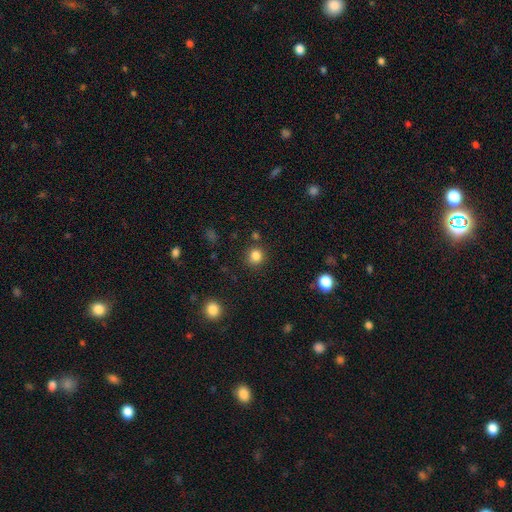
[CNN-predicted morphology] Q: Smooth or featured?
A: smooth (83%); runner-up: star or artifact (12%)
Q: How rounded?
A: round (89%); runner-up: in between (10%)
Q: Merging?
A: none (86%); runner-up: minor disturbance (7%)